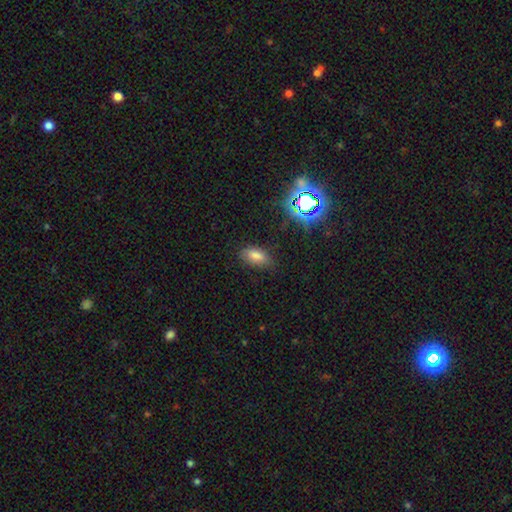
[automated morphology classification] Smooth or featured? smooth (76%)
How rounded? in between (89%)
Merging? none (79%)